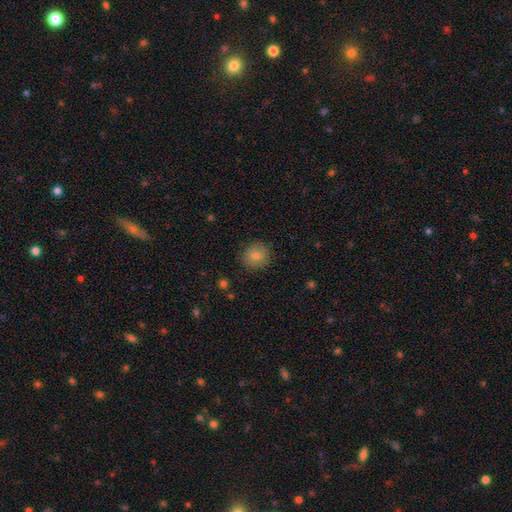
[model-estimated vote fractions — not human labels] A smooth galaxy with no disk features (78%) that is round (90%).

Vote fractions:
- Smooth or featured? smooth: 78% / star or artifact: 12% / featured or disk: 10%
- How rounded? round: 90% / in between: 10% / cigar-shaped: 1%
- Merging? none: 89% / minor disturbance: 8% / major disturbance: 2% / merger: 1%